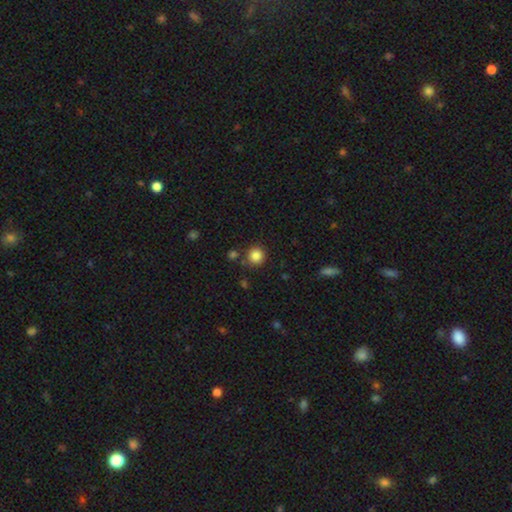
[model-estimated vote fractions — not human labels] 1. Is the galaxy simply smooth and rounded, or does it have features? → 85% smooth, 11% star or artifact, 4% featured or disk.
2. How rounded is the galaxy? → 92% round, 7% in between, 1% cigar-shaped.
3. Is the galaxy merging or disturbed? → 84% none, 8% minor disturbance, 5% merger, 3% major disturbance.